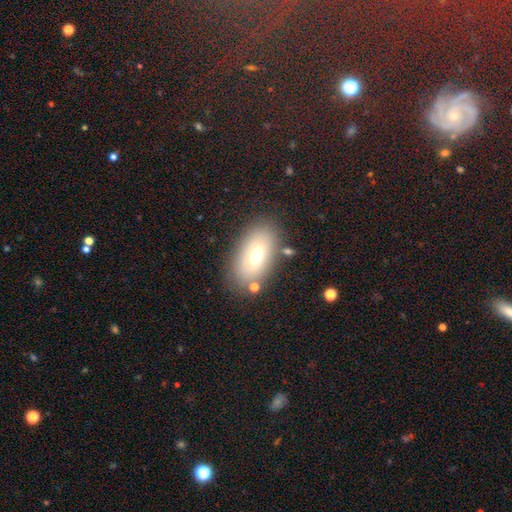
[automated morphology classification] The model was most divided on "smooth or featured": smooth: 68%, featured or disk: 23%, star or artifact: 9%. More confident: how rounded — in between (91%); merging — none (77%).